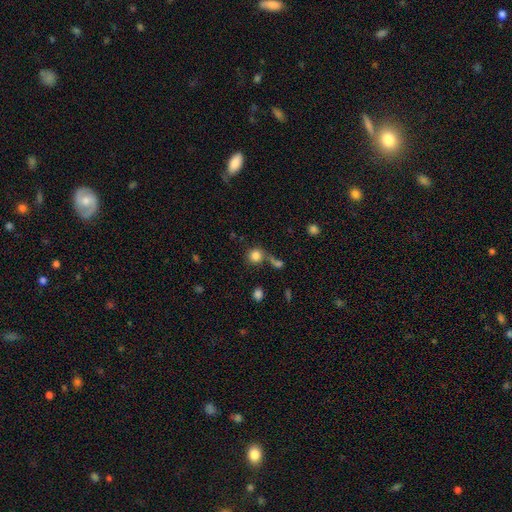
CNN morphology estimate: type=smooth (83%); roundness=round (90%); merging=none (65%).